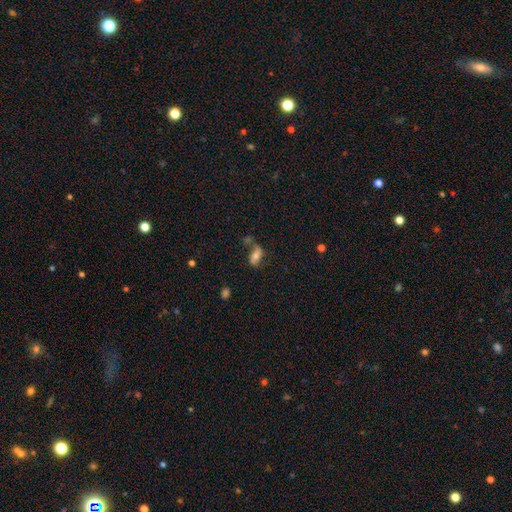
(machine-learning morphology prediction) smooth 50%, featured or disk 39%, star or artifact 11%. Down the decision tree: merging — none (43%).